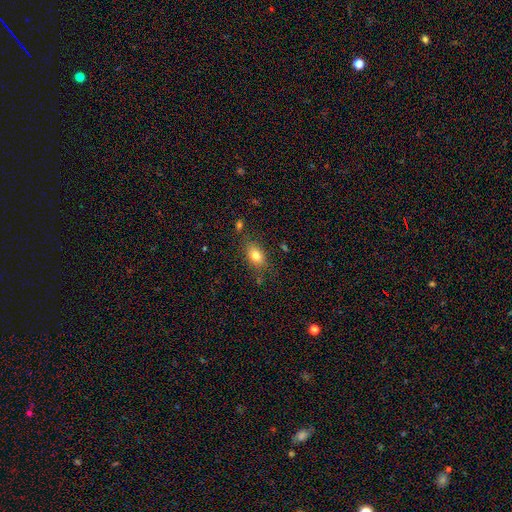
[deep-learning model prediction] Smooth or featured? smooth (80%)
How rounded? in between (83%)
Merging? none (77%)